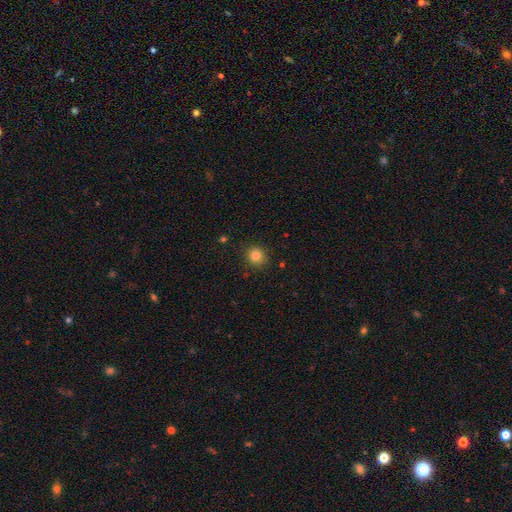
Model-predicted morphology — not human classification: smooth 82%, star or artifact 12%, featured or disk 6%. Down the decision tree: how rounded — round (85%); merging — none (88%).